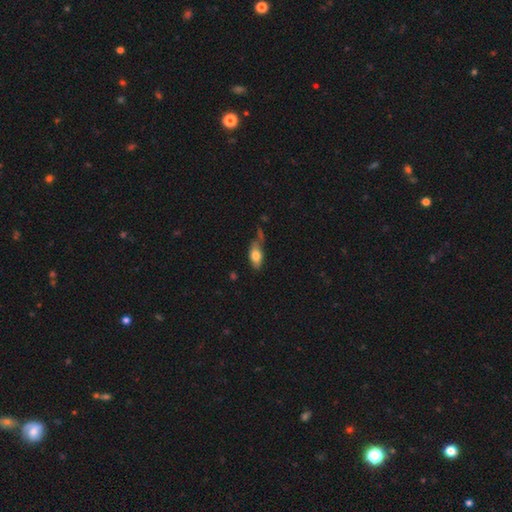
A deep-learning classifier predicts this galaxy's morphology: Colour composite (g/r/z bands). It shows a smooth galaxy with no disk features (74%) that is in between round and cigar-shaped (86%). Merging: none (49%).